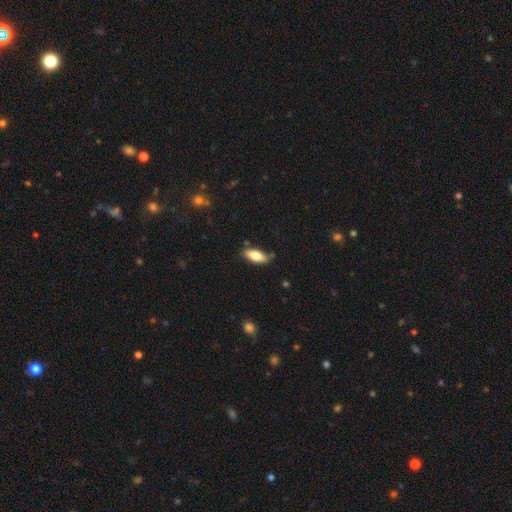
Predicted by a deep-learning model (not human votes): smooth-or-featured: smooth: 76% | featured or disk: 18% | star or artifact: 6%
  how-rounded: in between: 81% | cigar-shaped: 17% | round: 2%
  merging: none: 79% | minor disturbance: 16% | major disturbance: 3% | merger: 2%